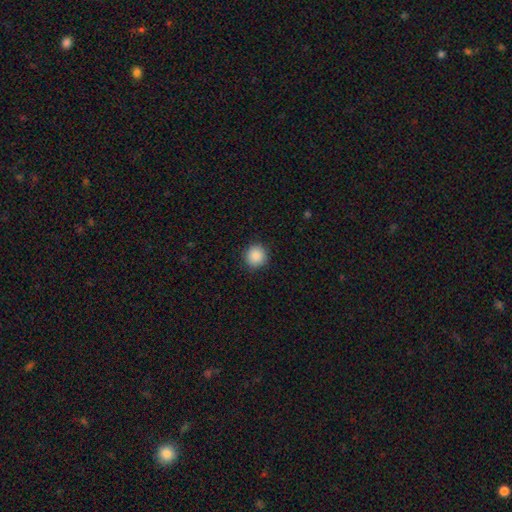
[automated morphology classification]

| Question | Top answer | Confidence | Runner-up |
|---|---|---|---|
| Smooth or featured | smooth | 89% | star or artifact (8%) |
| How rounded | round | 92% | in between (7%) |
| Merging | none | 90% | minor disturbance (7%) |